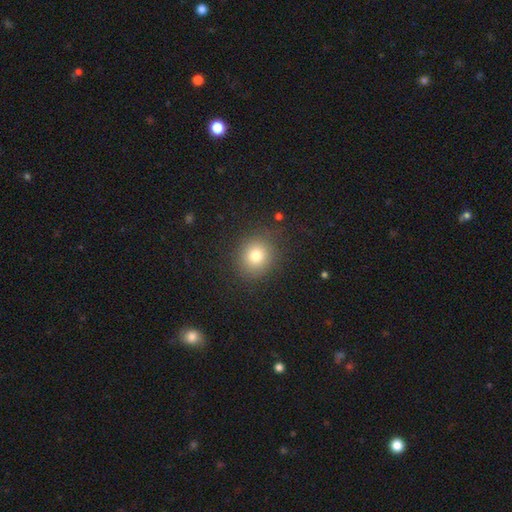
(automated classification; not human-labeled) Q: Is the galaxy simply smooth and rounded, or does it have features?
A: smooth — 78%.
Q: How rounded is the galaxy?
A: round — 81%.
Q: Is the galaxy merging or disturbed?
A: none — 87%.